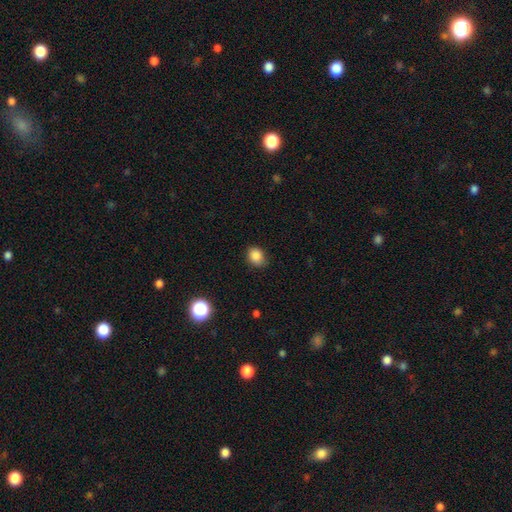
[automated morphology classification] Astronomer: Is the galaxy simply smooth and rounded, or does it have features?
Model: smooth — 86%.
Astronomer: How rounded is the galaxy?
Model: in between — 50% (runner-up: round, 49%).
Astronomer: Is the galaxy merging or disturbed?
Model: none — 81%.